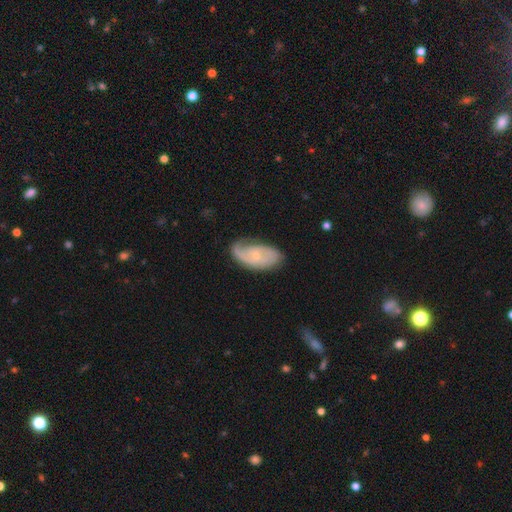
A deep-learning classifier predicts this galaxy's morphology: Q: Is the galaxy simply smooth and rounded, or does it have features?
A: featured or disk — 75%.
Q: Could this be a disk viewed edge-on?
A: no — 95%.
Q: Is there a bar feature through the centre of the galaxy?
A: no — 68%.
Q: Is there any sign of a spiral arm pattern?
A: yes — 91%.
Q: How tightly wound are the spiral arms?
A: tight — 42%.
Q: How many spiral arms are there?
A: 2 — 53%.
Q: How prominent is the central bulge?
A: small — 70%.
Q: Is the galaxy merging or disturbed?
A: none — 65%.